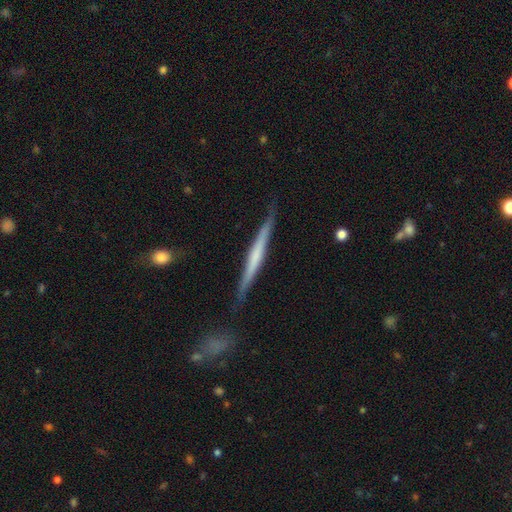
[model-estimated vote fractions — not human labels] The model was most divided on "smooth or featured": featured or disk: 58%, smooth: 37%, star or artifact: 6%. More confident: edge-on disk — yes (97%); merging — none (83%); edge-on bulge — none (62%).